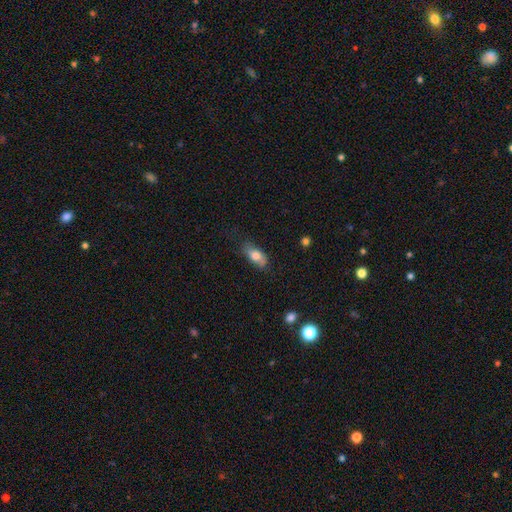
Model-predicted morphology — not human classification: smooth 74%, featured or disk 19%, star or artifact 7%. Down the decision tree: how rounded — in between (84%); merging — none (68%).